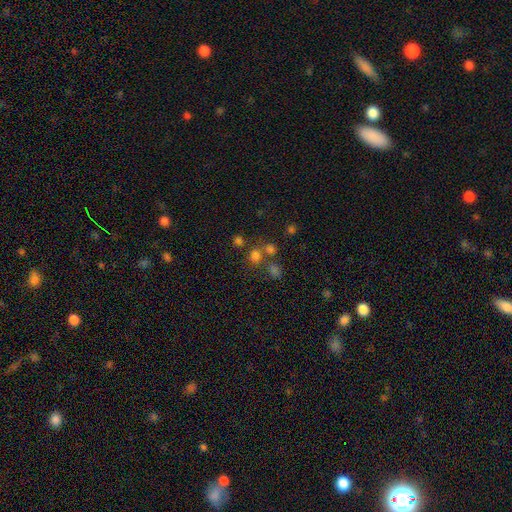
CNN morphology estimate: smooth 68%, star or artifact 23%, featured or disk 9%. Down the decision tree: how rounded — round (86%); merging — none (62%).